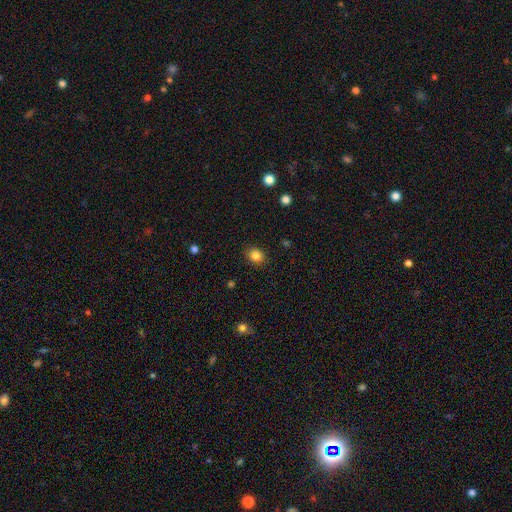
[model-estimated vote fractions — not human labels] smooth 83%, star or artifact 11%, featured or disk 5%. Down the decision tree: how rounded — round (66%); merging — none (89%).